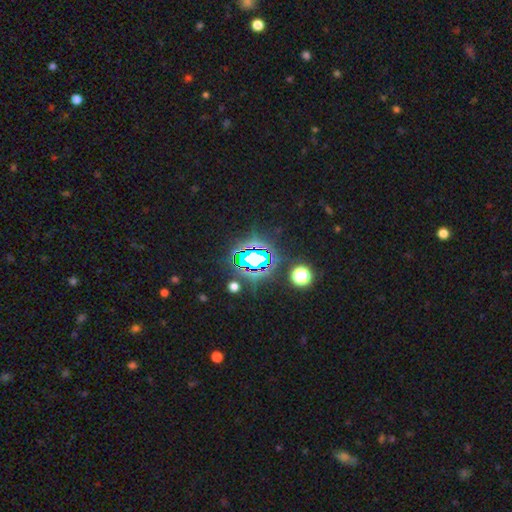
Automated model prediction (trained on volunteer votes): star or artifact 78%, smooth 13%, featured or disk 9%.